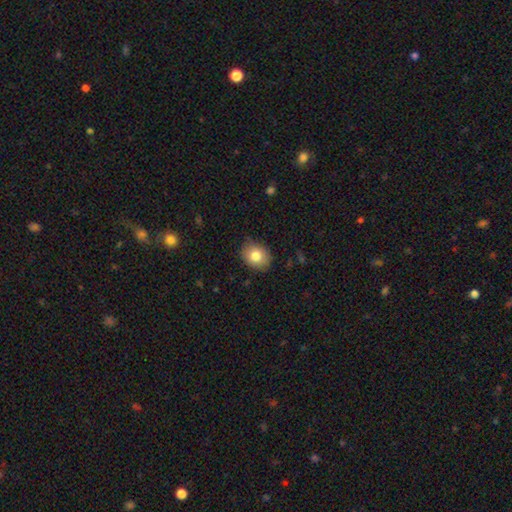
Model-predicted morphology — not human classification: smooth 81%, featured or disk 10%, star or artifact 9%. Down the decision tree: how rounded — round (51%); merging — none (84%).